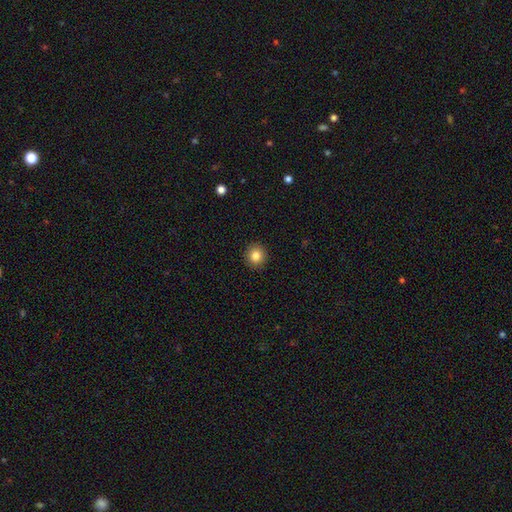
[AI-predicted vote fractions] The model was most divided on "smooth or featured": smooth: 83%, star or artifact: 10%, featured or disk: 7%. More confident: how rounded — round (93%); merging — none (93%).